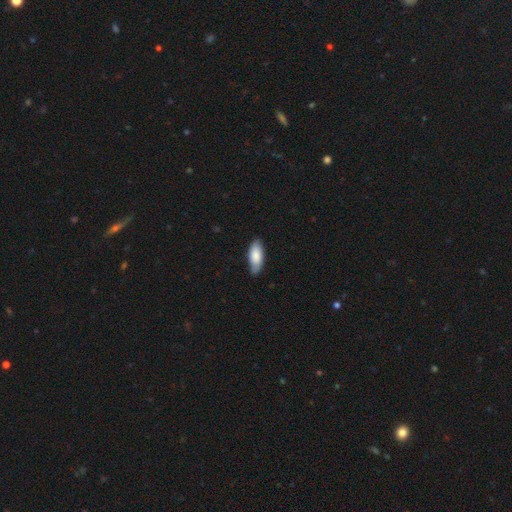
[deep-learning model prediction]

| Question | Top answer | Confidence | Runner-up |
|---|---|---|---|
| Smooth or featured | smooth | 82% | featured or disk (12%) |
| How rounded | in between | 81% | cigar-shaped (17%) |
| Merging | none | 79% | minor disturbance (17%) |